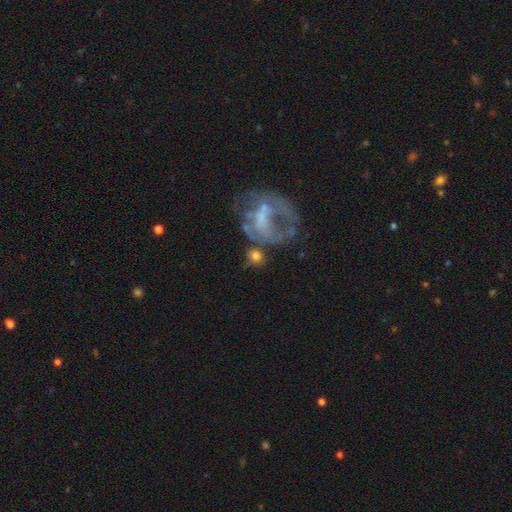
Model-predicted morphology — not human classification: This is possibly a smooth galaxy (58%). How rounded: likely round (71%). Merging: possibly none (51%).